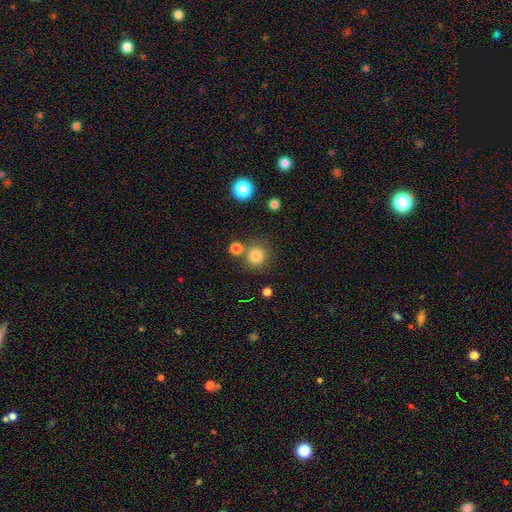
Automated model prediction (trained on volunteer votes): A smooth galaxy with no disk features (82%) that is round (92%). Merging: none (72%).